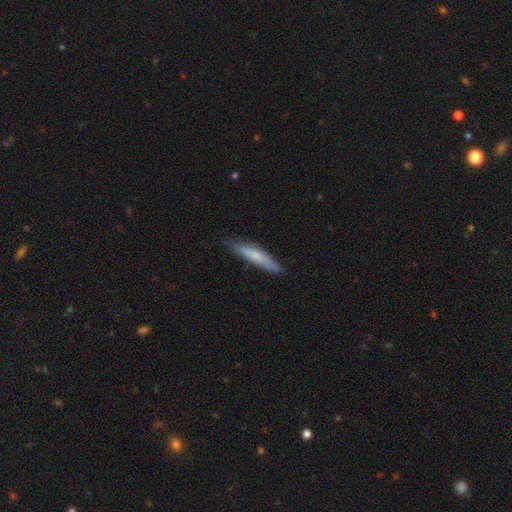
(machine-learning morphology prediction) Overall: smooth (66%; featured or disk 29%). How rounded: cigar-shaped (91%). Merging: none (83%).